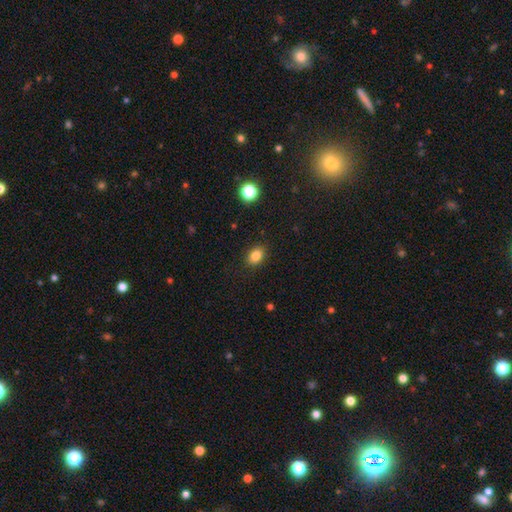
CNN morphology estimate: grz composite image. It shows a smooth galaxy with no disk features (84%) that is in between round and cigar-shaped (73%). Merging: none (87%).